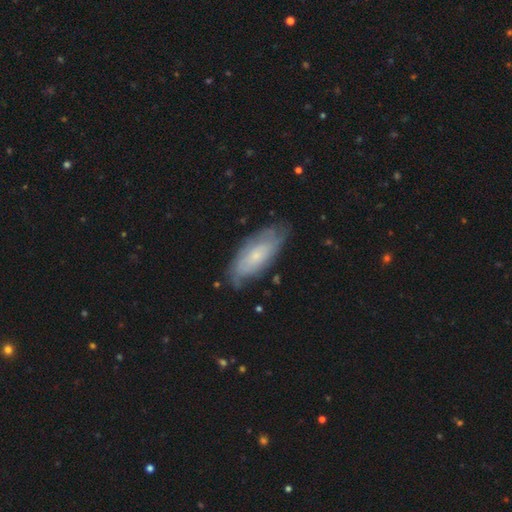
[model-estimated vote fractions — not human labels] This appears to be a featured or disk galaxy (49%). Merging: none (72%).